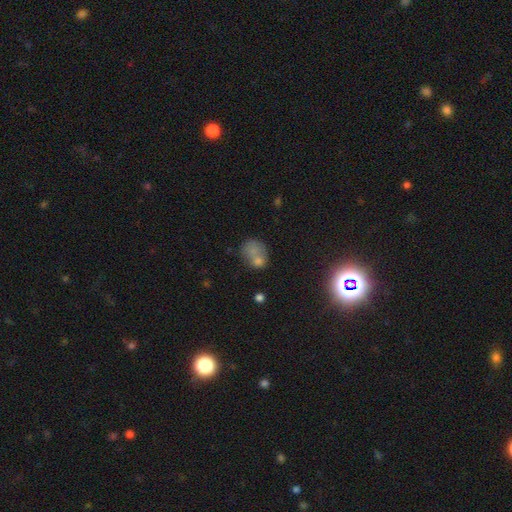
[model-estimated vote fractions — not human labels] A smooth galaxy with no disk features (63%) that is round (57%).

Vote fractions:
- Smooth or featured? smooth: 63% / star or artifact: 19% / featured or disk: 17%
- How rounded? round: 57% / in between: 41% / cigar-shaped: 2%
- Merging? none: 39% / merger: 37% / minor disturbance: 14% / major disturbance: 9%